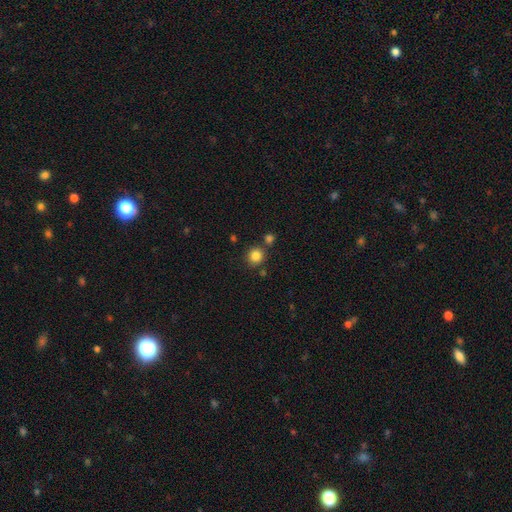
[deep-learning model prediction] Smooth or featured? smooth (84%)
How rounded? round (89%)
Merging? none (79%)